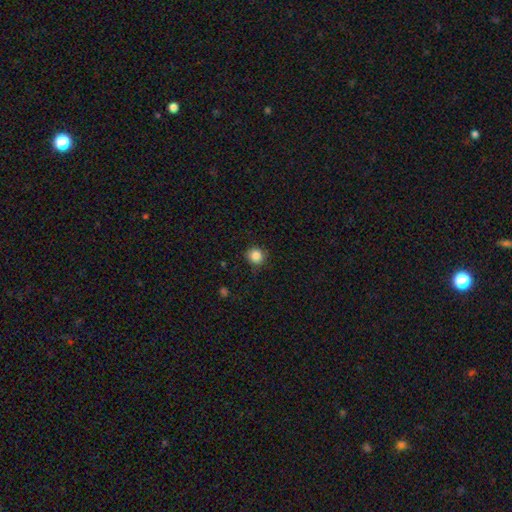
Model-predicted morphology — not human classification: Smooth or featured? Predicted: smooth (p=0.86). How rounded? Predicted: round (p=0.92). Merging? Predicted: none (p=0.86).